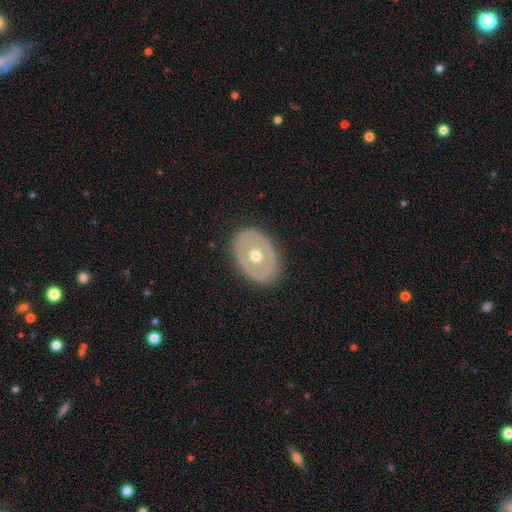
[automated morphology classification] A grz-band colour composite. It shows a featured or disk galaxy (58%) with no bar (91%), no spiral arms (91%) and a moderate central bulge (73%). Merging: none (85%).